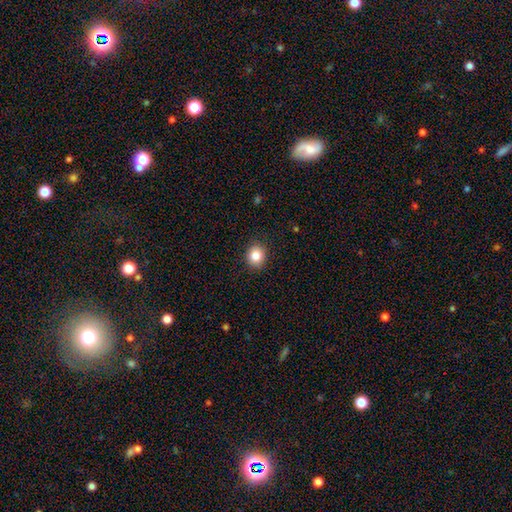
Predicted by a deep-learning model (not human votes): smooth-or-featured: smooth: 84% | star or artifact: 10% | featured or disk: 6%
  how-rounded: round: 76% | in between: 23% | cigar-shaped: 1%
  merging: none: 89% | minor disturbance: 8% | major disturbance: 2% | merger: 1%